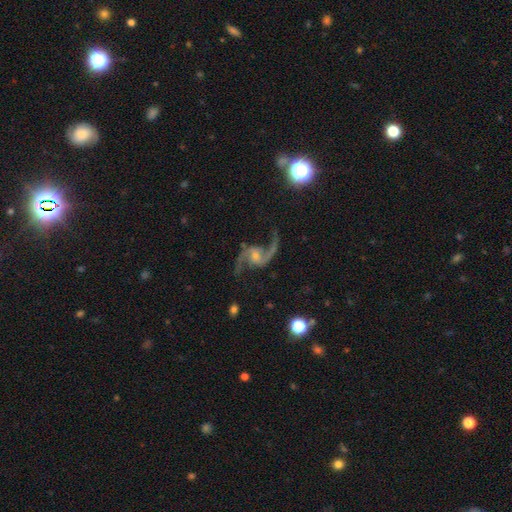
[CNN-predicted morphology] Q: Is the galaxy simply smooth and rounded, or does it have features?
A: featured or disk — 91%.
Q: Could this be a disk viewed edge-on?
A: no — 98%.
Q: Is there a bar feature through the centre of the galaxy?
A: no — 50%.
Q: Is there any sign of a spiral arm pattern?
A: yes — 98%.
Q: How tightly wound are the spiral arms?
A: loose — 75%.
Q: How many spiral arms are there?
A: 2 — 94%.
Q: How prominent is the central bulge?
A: small — 56%.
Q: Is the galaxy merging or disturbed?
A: none — 76%.